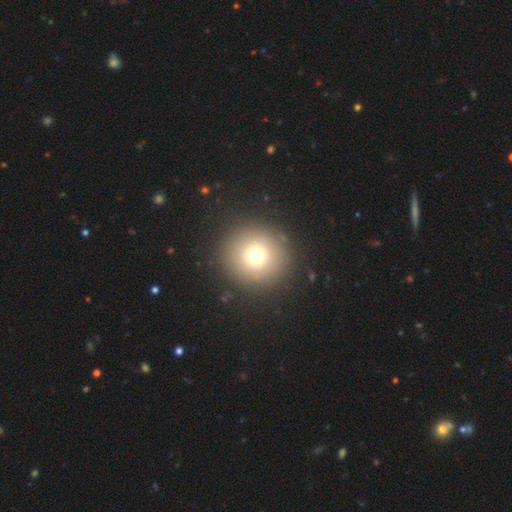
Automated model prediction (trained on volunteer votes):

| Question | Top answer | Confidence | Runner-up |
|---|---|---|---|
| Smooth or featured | smooth | 71% | star or artifact (17%) |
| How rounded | round | 96% | in between (3%) |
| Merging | none | 89% | minor disturbance (6%) |